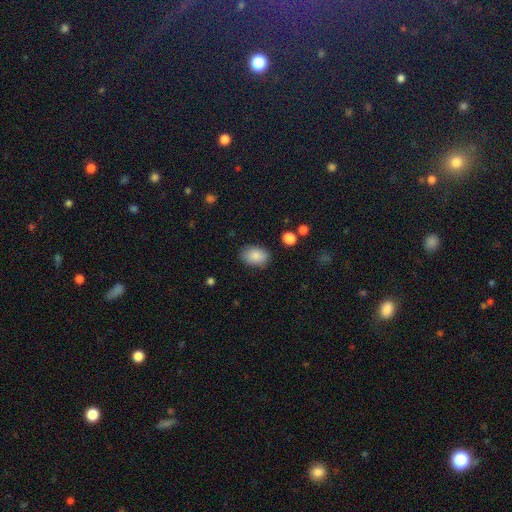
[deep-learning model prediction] Overall: smooth (87%). How rounded: in between (82%). Merging: none (83%).